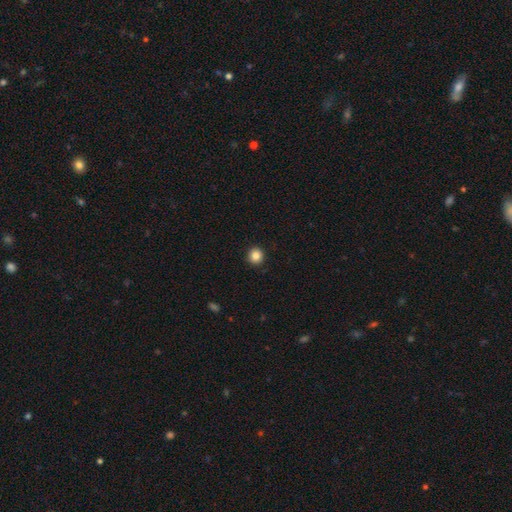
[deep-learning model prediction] smooth 85%, star or artifact 10%, featured or disk 5%. Down the decision tree: how rounded — round (94%); merging — none (93%).